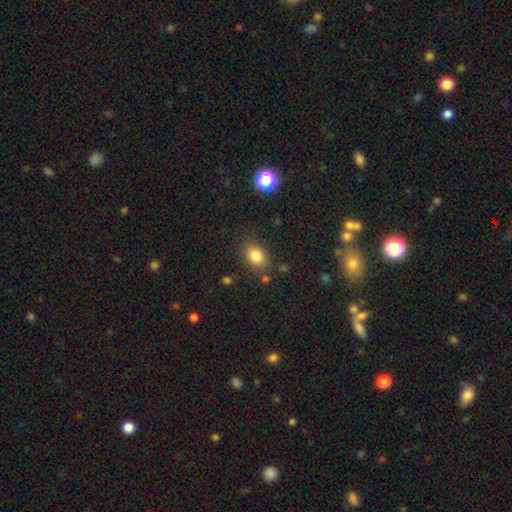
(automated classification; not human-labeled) Smooth or featured?
  - smooth: 82% *
  - star or artifact: 11%
  - featured or disk: 7%
How rounded?
  - in between: 69% *
  - round: 30%
  - cigar-shaped: 1%
Merging?
  - none: 80% *
  - minor disturbance: 13%
  - major disturbance: 4%
  - merger: 4%